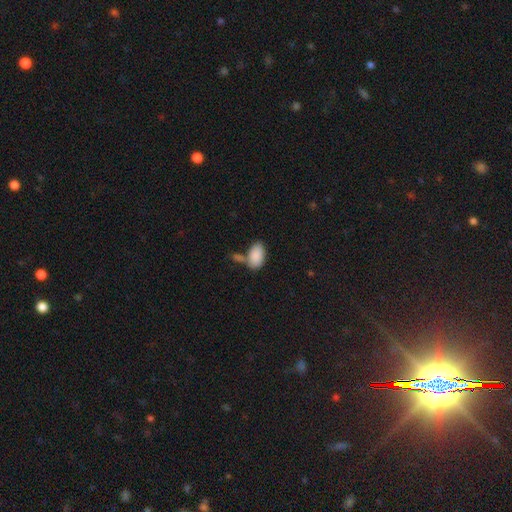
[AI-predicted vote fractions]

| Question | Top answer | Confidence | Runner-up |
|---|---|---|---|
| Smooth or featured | smooth | 88% | star or artifact (7%) |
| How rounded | in between | 95% | round (4%) |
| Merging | none | 50% | merger (29%) |